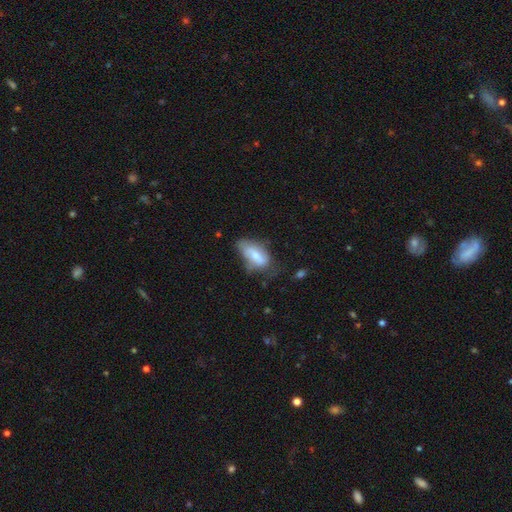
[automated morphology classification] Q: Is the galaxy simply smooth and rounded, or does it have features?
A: smooth — 65%.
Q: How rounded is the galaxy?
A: in between — 88%.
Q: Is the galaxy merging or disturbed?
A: none — 43%.